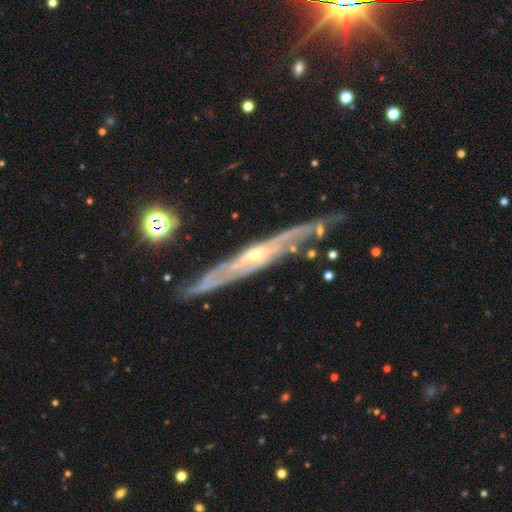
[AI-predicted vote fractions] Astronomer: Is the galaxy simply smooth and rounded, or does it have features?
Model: featured or disk — 84%.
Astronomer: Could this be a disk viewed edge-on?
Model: yes — 63%.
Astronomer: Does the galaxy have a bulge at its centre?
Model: rounded — 63%.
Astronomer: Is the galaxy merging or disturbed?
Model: none — 76%.